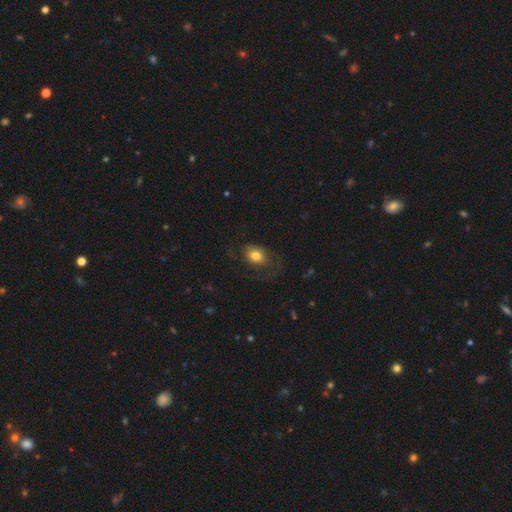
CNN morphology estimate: Smooth or featured: smooth — 68% (featured or disk — 23%)
How rounded: in between — 70% (round — 29%)
Merging: none — 56% (major disturbance — 23%)